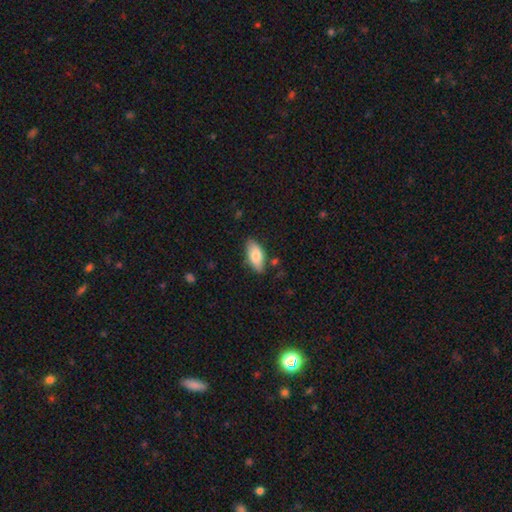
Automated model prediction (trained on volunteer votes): A smooth galaxy with no disk features (78%) that is in between round and cigar-shaped (90%).

Vote fractions:
- Smooth or featured? smooth: 78% / featured or disk: 15% / star or artifact: 6%
- How rounded? in between: 90% / cigar-shaped: 8% / round: 2%
- Merging? none: 79% / minor disturbance: 15% / merger: 3% / major disturbance: 3%